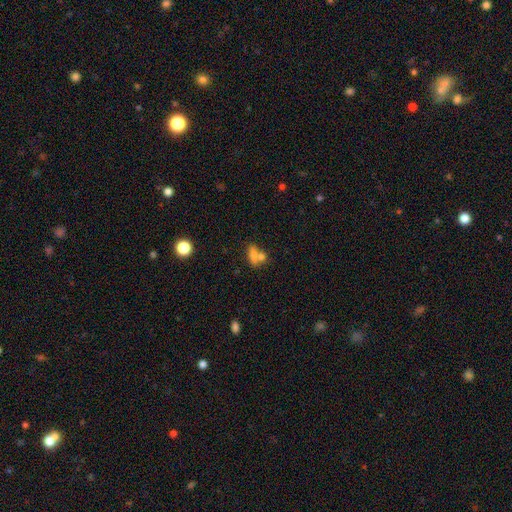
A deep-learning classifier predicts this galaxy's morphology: Smooth or featured? Predicted: smooth (p=0.70). How rounded? Predicted: in between (p=0.65). Merging? Predicted: merger (p=0.42).